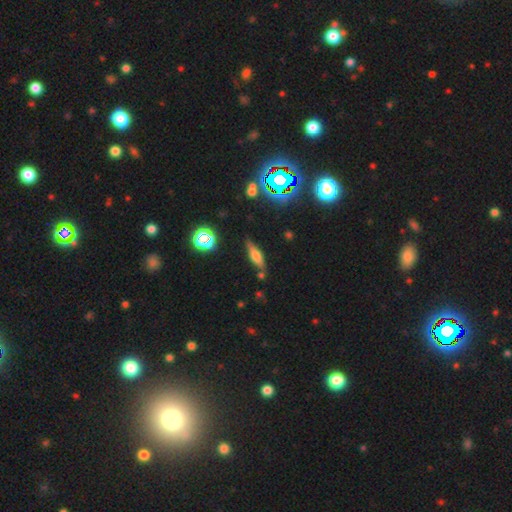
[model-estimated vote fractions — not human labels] Q: Smooth or featured?
A: featured or disk (45%); runner-up: smooth (40%)
Q: Merging?
A: none (77%); runner-up: minor disturbance (14%)